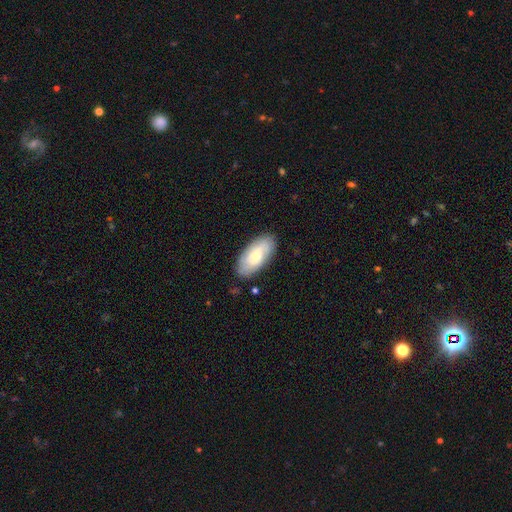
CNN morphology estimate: smooth_or_featured: smooth (p=0.62) [alt: featured or disk p=0.31]
how_rounded: in between (p=0.91) [alt: cigar-shaped p=0.07]
merging: none (p=0.82) [alt: minor disturbance p=0.14]